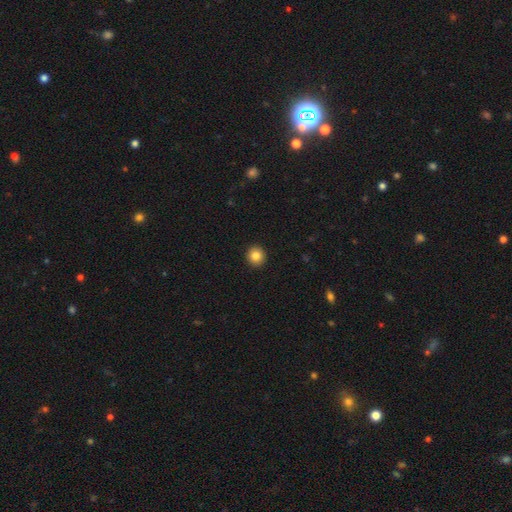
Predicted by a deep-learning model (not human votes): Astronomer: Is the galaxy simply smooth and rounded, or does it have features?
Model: smooth — 84%.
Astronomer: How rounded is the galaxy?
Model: round — 93%.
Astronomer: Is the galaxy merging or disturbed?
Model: none — 93%.